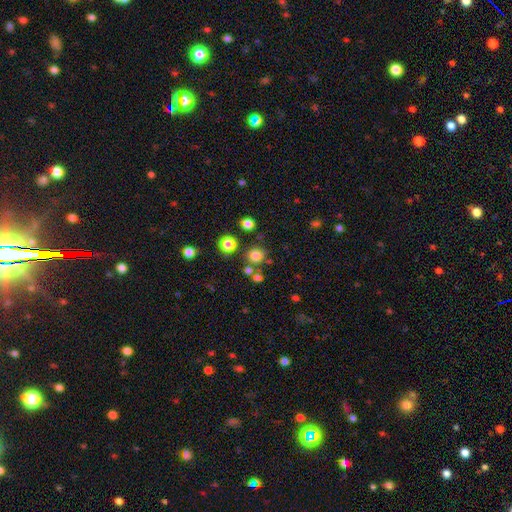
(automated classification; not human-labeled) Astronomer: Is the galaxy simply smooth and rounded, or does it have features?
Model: smooth — 79%.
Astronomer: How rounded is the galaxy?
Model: round — 91%.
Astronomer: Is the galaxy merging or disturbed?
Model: none — 79%.